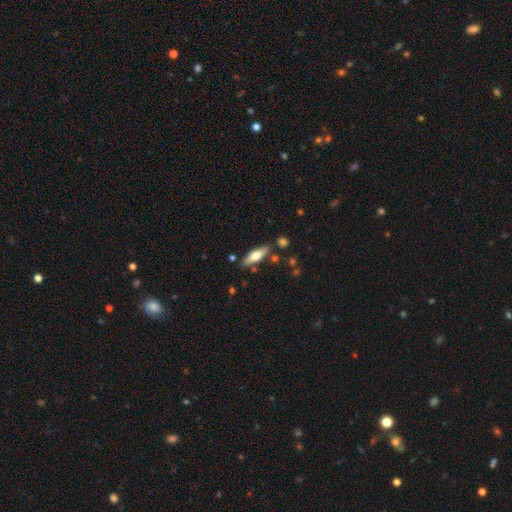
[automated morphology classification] type=smooth (55%); roundness=cigar-shaped (56%); merging=none (81%).